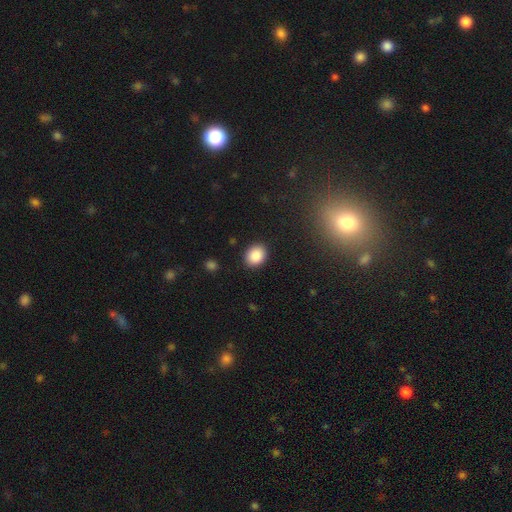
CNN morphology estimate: smooth_or_featured: smooth (p=0.88) [alt: star or artifact p=0.08]
how_rounded: round (p=0.50) [alt: in between p=0.49]
merging: none (p=0.89) [alt: minor disturbance p=0.08]